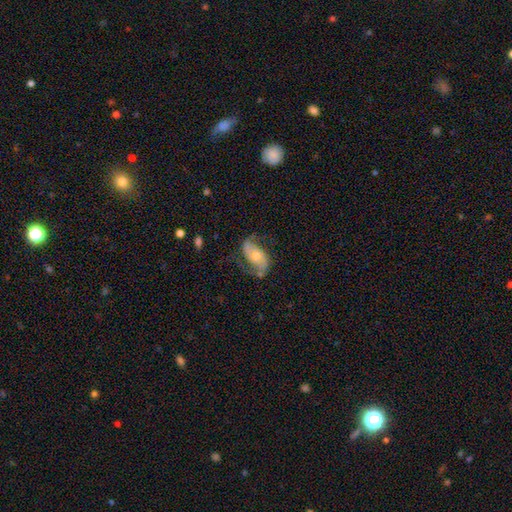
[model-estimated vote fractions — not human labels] A featured or disk galaxy (75%) with no bar (58%), 2 (88%) loose (44%) spiral arms (91%) and a moderate central bulge (50%). Merging: none (63%).